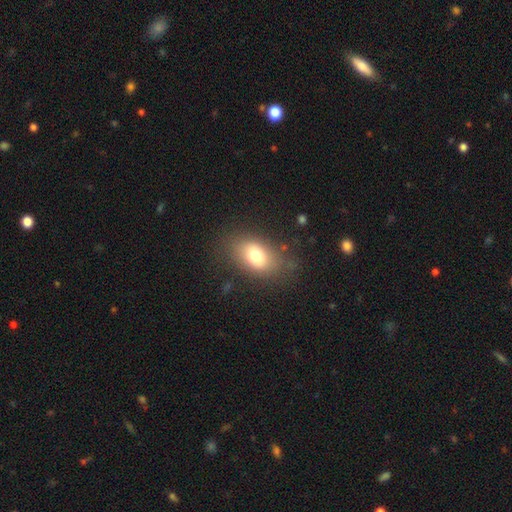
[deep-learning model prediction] smooth_or_featured: smooth (p=0.76) [alt: featured or disk p=0.14]
how_rounded: in between (p=0.83) [alt: round p=0.15]
merging: none (p=0.75) [alt: minor disturbance p=0.16]